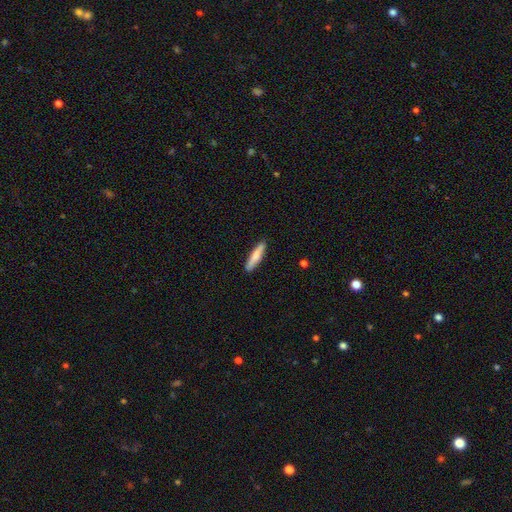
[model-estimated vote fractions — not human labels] smooth-or-featured: smooth: 73% | featured or disk: 21% | star or artifact: 5%
  how-rounded: cigar-shaped: 85% | in between: 14% | round: 1%
  merging: none: 86% | minor disturbance: 10% | major disturbance: 2% | merger: 1%